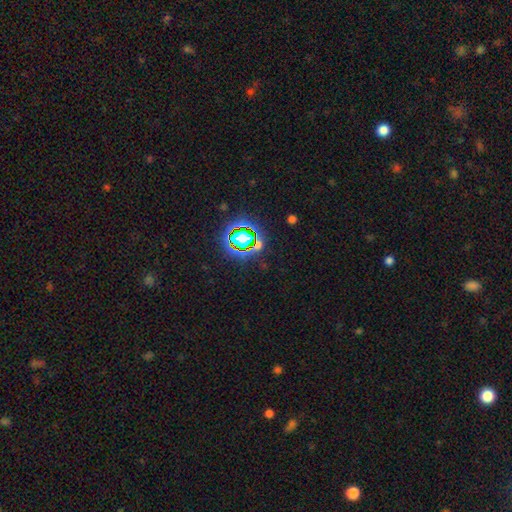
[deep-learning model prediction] star or artifact 78%, smooth 15%, featured or disk 7%.